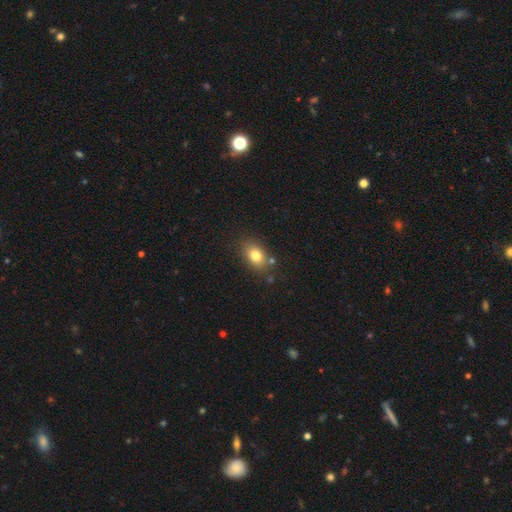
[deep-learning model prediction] Smooth or featured: smooth — 79% (star or artifact — 11%)
How rounded: in between — 74% (round — 24%)
Merging: none — 77% (minor disturbance — 13%)